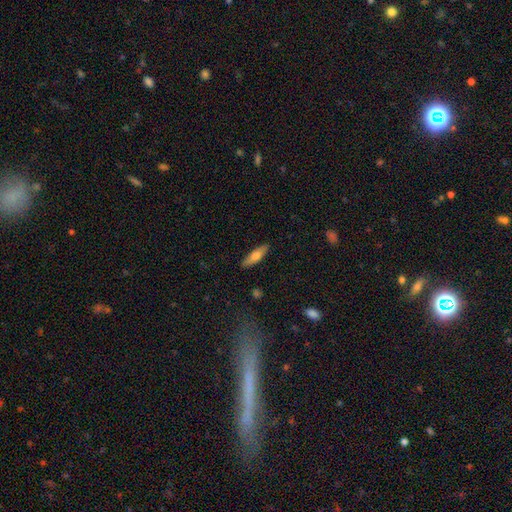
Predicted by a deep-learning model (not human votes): smooth-or-featured: smooth: 63% | featured or disk: 31% | star or artifact: 6%
  how-rounded: cigar-shaped: 60% | in between: 38% | round: 2%
  merging: none: 89% | minor disturbance: 8% | major disturbance: 2% | merger: 1%